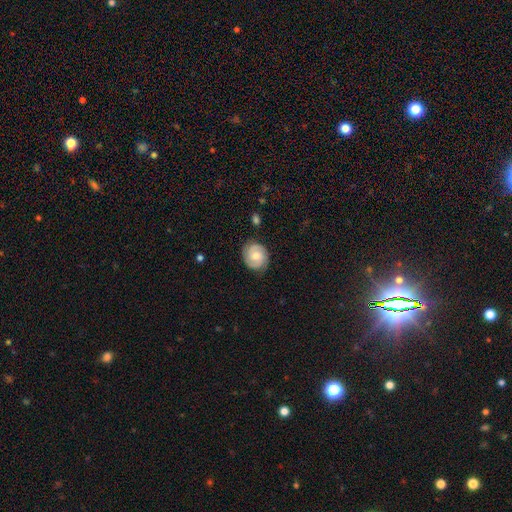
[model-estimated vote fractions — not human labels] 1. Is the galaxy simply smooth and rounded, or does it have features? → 66% featured or disk, 27% smooth, 7% star or artifact.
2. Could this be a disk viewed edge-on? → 98% no, 2% yes.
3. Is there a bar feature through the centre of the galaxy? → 64% no, 31% weak, 5% strong.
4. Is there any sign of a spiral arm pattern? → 94% yes, 6% no.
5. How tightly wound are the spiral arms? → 62% tight, 31% medium, 7% loose.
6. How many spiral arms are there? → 72% 2, 11% can't tell, 10% 3, 3% 1, 2% 4, 2% more than 4.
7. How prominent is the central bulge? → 56% moderate, 29% small, 8% large, 5% none, 2% dominant.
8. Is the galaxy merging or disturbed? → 83% none, 12% minor disturbance, 3% major disturbance, 1% merger.